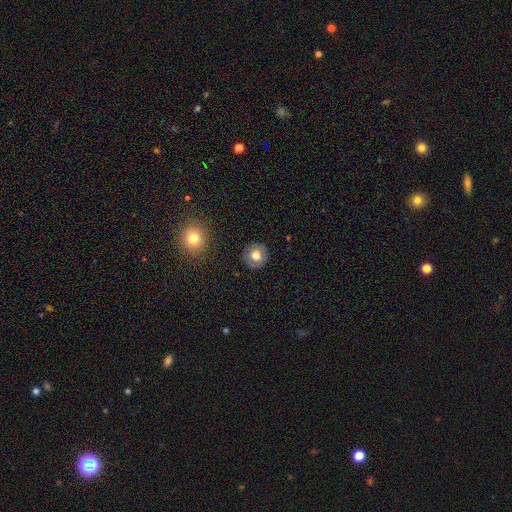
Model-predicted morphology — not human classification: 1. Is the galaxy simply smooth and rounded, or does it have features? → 72% smooth, 18% featured or disk, 9% star or artifact.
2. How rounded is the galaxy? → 92% round, 7% in between, 1% cigar-shaped.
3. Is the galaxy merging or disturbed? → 90% none, 7% minor disturbance, 2% major disturbance, 1% merger.